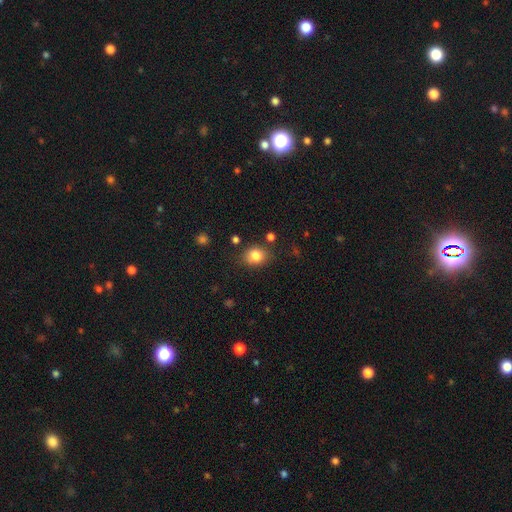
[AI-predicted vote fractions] This is clearly a smooth galaxy (82%). How rounded: possibly round (59%). Merging: likely none (77%).